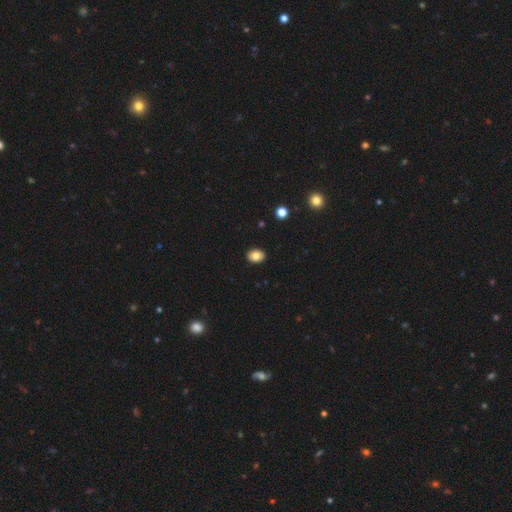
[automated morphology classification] Overall: smooth (83%). How rounded: in between (65%; round 34%). Merging: none (91%).